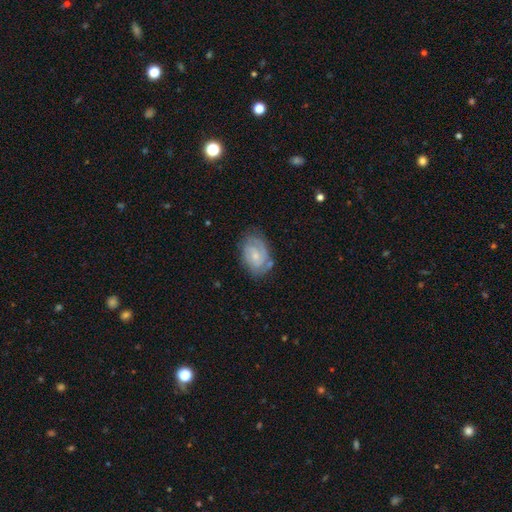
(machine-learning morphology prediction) Smooth or featured: featured or disk — 72% (smooth — 22%)
Edge-on disk: no — 97% (yes — 3%)
Bar: no — 51% (weak — 42%)
Spiral arms: yes — 90% (no — 10%)
Spiral winding: tight — 57% (medium — 34%)
Spiral arm count: 2 — 53% (can't tell — 25%)
Bulge size: small — 66% (moderate — 24%)
Merging: none — 68% (minor disturbance — 21%)